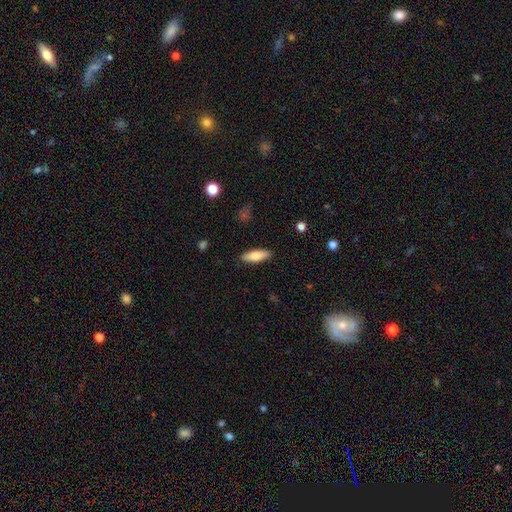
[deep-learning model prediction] Overall: smooth (75%). How rounded: in between (56%; cigar-shaped 42%). Merging: none (88%).